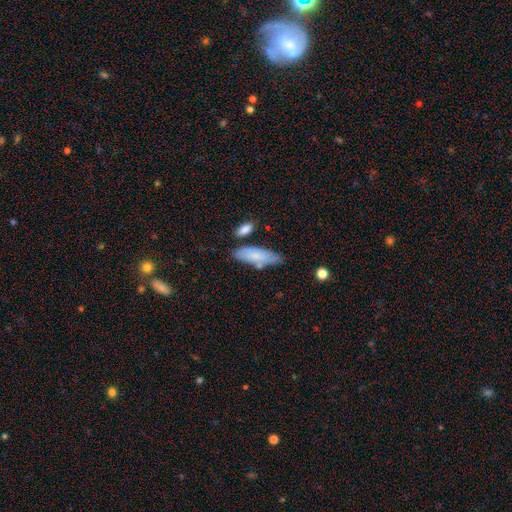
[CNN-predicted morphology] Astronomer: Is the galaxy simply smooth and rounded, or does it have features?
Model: smooth — 76%.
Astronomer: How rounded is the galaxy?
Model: in between — 63%.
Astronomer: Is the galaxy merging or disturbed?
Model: none — 67%.